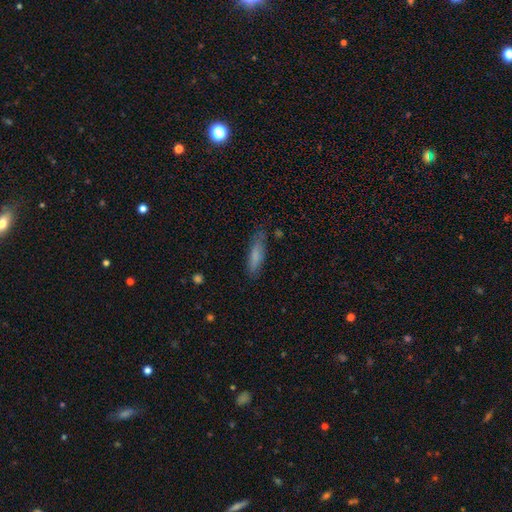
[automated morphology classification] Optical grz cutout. It shows a smooth galaxy with no disk features (77%) that is cigar-shaped (70%). Merging: none (73%).